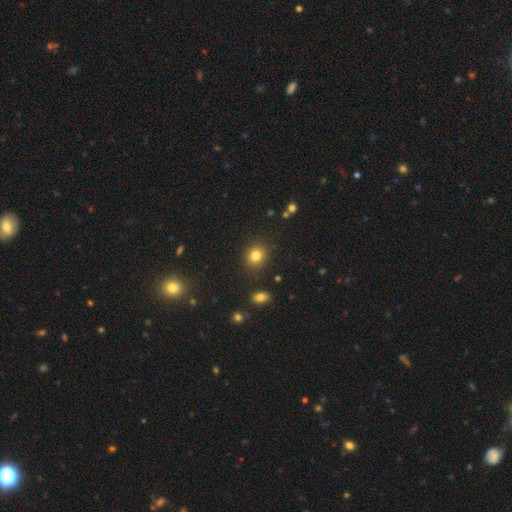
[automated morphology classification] A smooth galaxy with no disk features (82%) that is round (76%).

Vote fractions:
- Smooth or featured? smooth: 82% / star or artifact: 12% / featured or disk: 6%
- How rounded? round: 76% / in between: 23% / cigar-shaped: 1%
- Merging? none: 88% / minor disturbance: 7% / major disturbance: 2% / merger: 2%